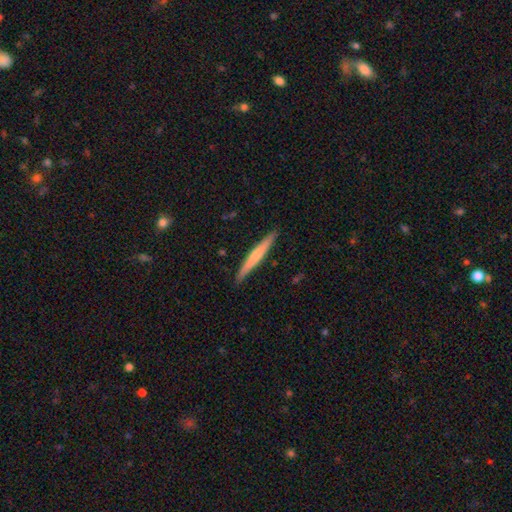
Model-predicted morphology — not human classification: smooth-or-featured: smooth: 54% | featured or disk: 41% | star or artifact: 5%
  how-rounded: cigar-shaped: 96% | in between: 3% | round: 1%
  merging: none: 91% | minor disturbance: 7% | major disturbance: 1% | merger: 1%